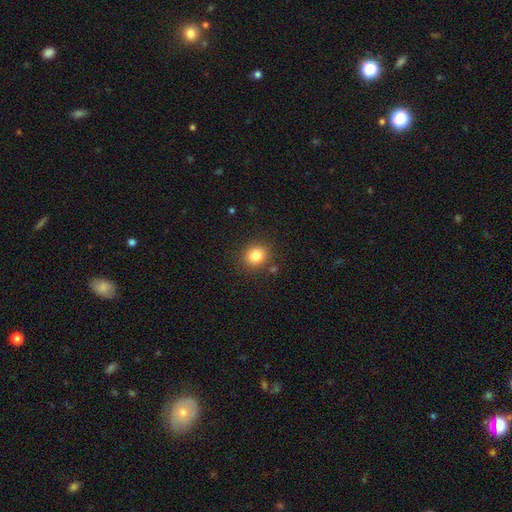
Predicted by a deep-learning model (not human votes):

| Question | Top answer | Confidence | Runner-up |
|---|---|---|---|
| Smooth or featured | smooth | 83% | star or artifact (11%) |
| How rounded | round | 78% | in between (21%) |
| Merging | none | 85% | minor disturbance (9%) |